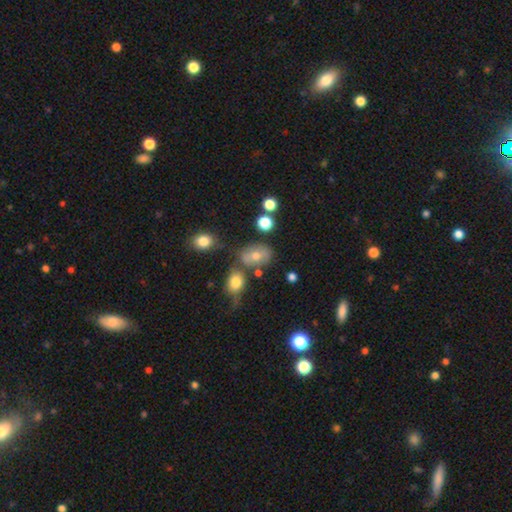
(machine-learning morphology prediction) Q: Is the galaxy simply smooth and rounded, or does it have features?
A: smooth — 65%.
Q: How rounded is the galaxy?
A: in between — 75%.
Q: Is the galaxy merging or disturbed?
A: none — 57%.